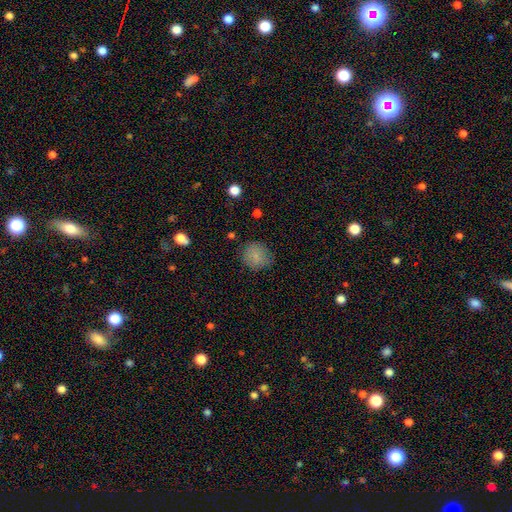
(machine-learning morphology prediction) smooth-or-featured: smooth: 80% | star or artifact: 11% | featured or disk: 9%
  how-rounded: round: 82% | in between: 17% | cigar-shaped: 1%
  merging: none: 76% | minor disturbance: 18% | major disturbance: 5% | merger: 2%